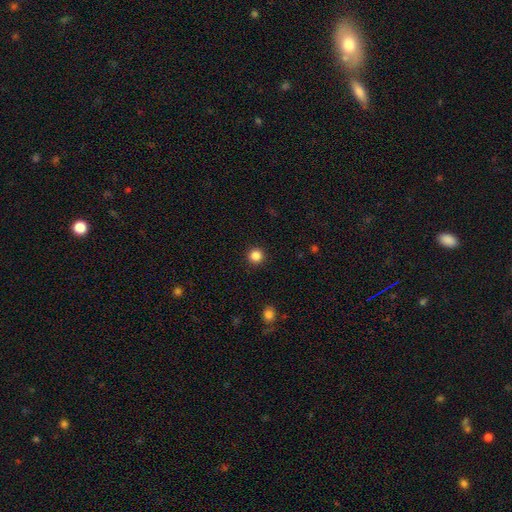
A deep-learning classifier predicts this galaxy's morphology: Smooth or featured: smooth — 85% (star or artifact — 11%)
How rounded: round — 95% (in between — 4%)
Merging: none — 93% (minor disturbance — 4%)